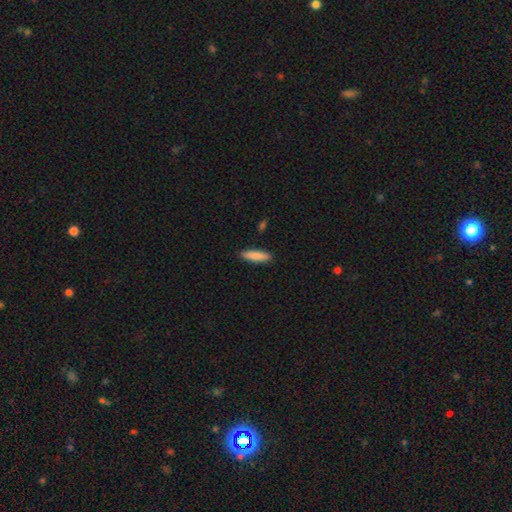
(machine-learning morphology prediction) Overall: smooth (87%). How rounded: cigar-shaped (64%; in between 34%). Merging: none (90%).